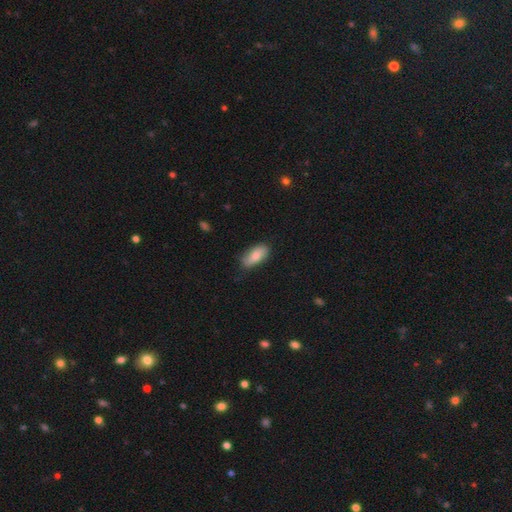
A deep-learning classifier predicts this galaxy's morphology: smooth_or_featured: smooth (p=0.76) [alt: featured or disk p=0.17]
how_rounded: in between (p=0.85) [alt: cigar-shaped p=0.12]
merging: none (p=0.74) [alt: minor disturbance p=0.21]